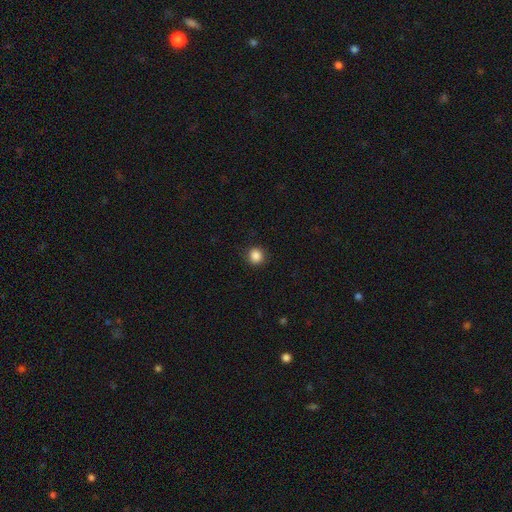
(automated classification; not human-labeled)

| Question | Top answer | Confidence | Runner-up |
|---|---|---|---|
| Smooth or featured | smooth | 87% | star or artifact (10%) |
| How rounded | round | 90% | in between (9%) |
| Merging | none | 90% | minor disturbance (7%) |